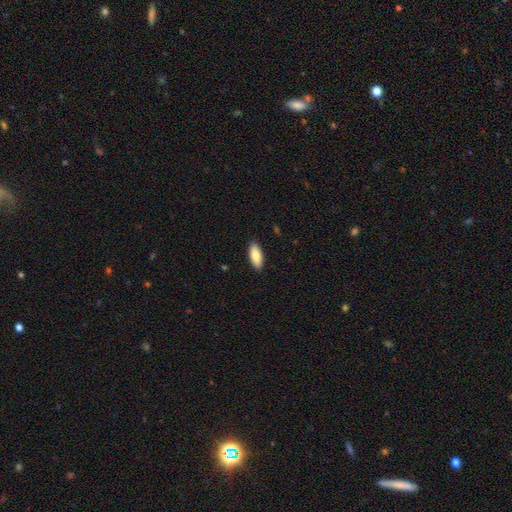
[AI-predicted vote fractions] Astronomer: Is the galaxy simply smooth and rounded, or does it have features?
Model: smooth — 82%.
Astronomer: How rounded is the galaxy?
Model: in between — 78%.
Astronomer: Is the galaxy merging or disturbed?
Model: none — 90%.